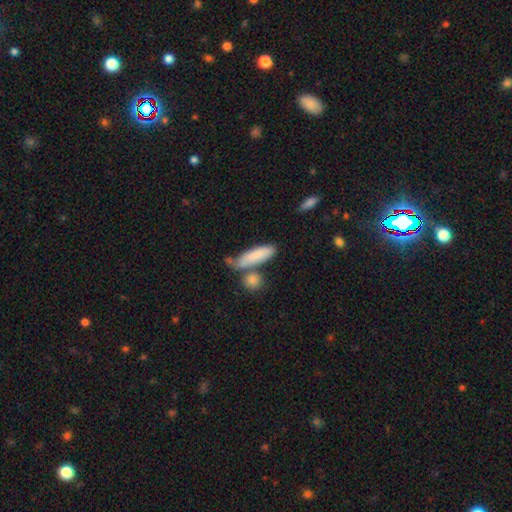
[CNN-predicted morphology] Q: Smooth or featured?
A: smooth (79%); runner-up: featured or disk (14%)
Q: How rounded?
A: cigar-shaped (63%); runner-up: in between (34%)
Q: Merging?
A: none (54%); runner-up: merger (21%)